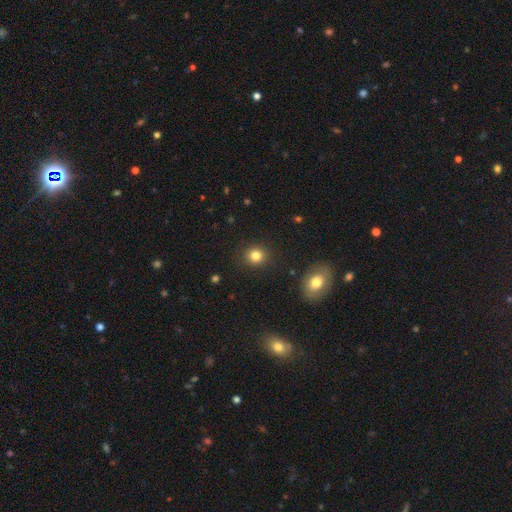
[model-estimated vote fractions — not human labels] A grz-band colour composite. It shows a smooth galaxy with no disk features (83%) that is round (87%). Merging: none (89%).